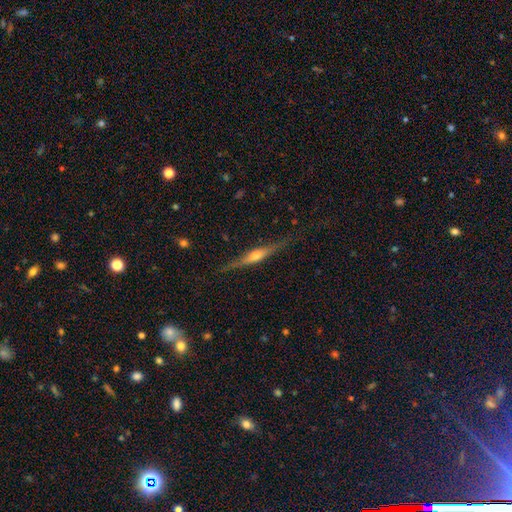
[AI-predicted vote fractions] Smooth or featured? Predicted: featured or disk (p=0.74). Edge-on disk? Predicted: yes (p=0.97). Edge-on bulge? Predicted: rounded (p=0.83). Merging? Predicted: none (p=0.86).